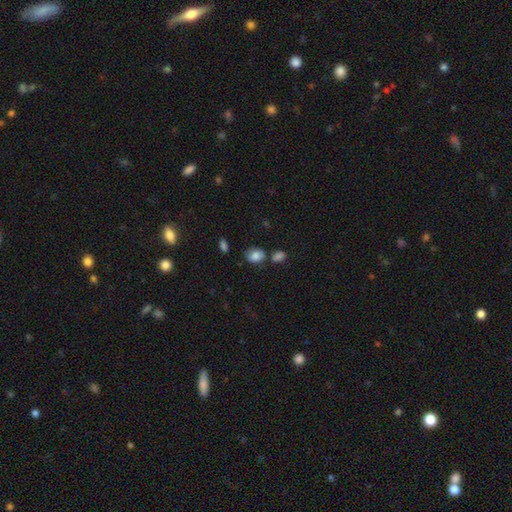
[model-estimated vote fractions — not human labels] A smooth galaxy with no disk features (81%) that is in between round and cigar-shaped (73%).

Vote fractions:
- Smooth or featured? smooth: 81% / star or artifact: 10% / featured or disk: 10%
- How rounded? in between: 73% / round: 25% / cigar-shaped: 1%
- Merging? none: 56% / minor disturbance: 22% / merger: 16% / major disturbance: 7%